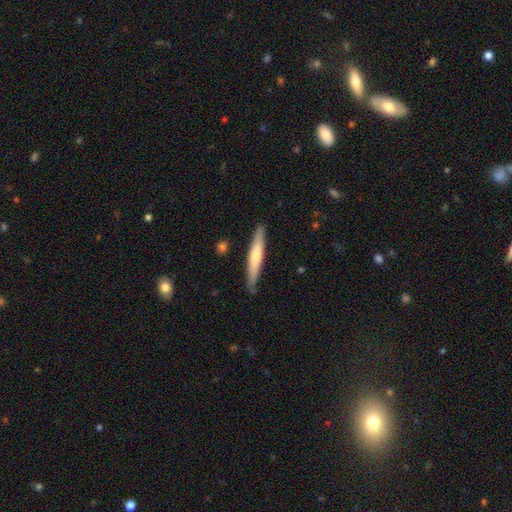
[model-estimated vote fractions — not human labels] smooth 56%, featured or disk 39%, star or artifact 5%. Down the decision tree: how rounded — cigar-shaped (93%); merging — none (85%).